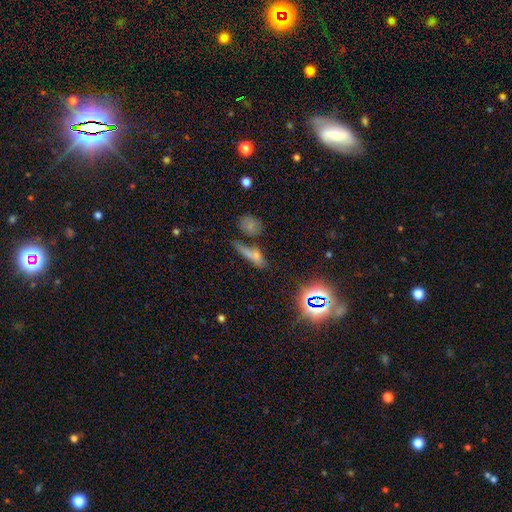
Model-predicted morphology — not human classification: The model was most divided on "how rounded": cigar-shaped: 49%, in between: 39%, round: 12%. Remaining: smooth or featured — smooth (54%); merging — none (47%).